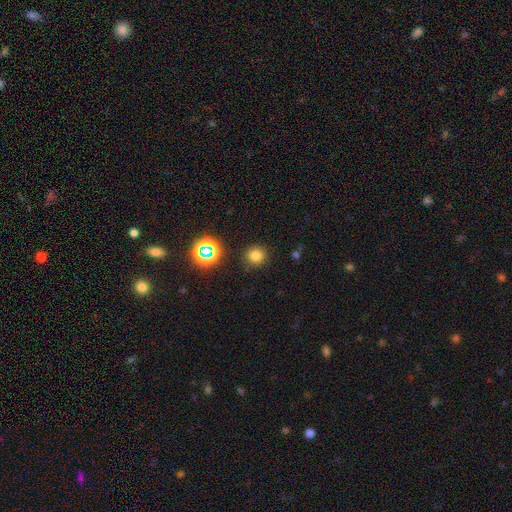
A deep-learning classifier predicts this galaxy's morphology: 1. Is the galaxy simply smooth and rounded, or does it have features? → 75% smooth, 19% star or artifact, 6% featured or disk.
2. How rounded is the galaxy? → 94% round, 5% in between, 1% cigar-shaped.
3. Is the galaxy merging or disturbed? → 88% none, 7% minor disturbance, 3% major disturbance, 2% merger.